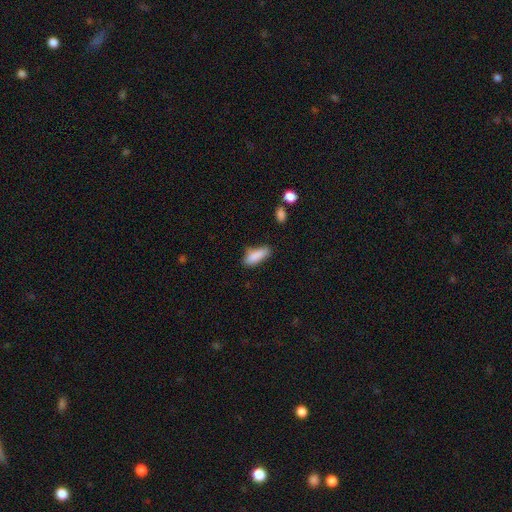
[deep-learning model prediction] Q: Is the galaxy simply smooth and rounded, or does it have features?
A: smooth — 85%.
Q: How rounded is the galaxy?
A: in between — 71%.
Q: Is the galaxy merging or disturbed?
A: none — 58%.